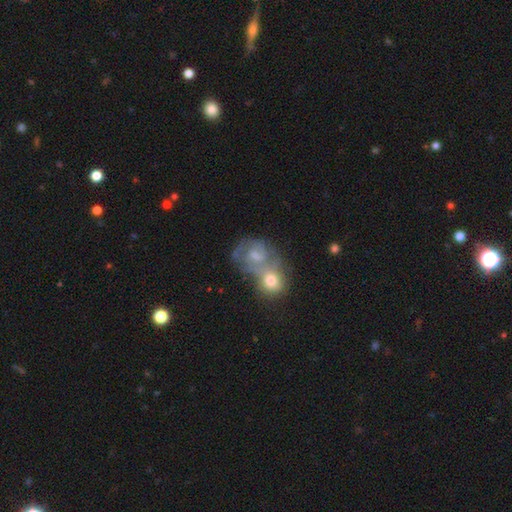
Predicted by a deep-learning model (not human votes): Q: Smooth or featured?
A: featured or disk (56%); runner-up: smooth (34%)
Q: Edge-on disk?
A: no (97%); runner-up: yes (3%)
Q: Bar?
A: no (57%); runner-up: weak (35%)
Q: Spiral arms?
A: yes (66%); runner-up: no (34%)
Q: Bulge size?
A: moderate (41%); runner-up: small (37%)
Q: Merging?
A: merger (58%); runner-up: none (23%)